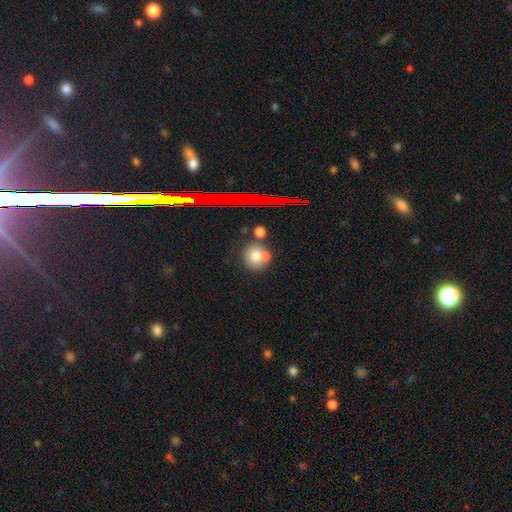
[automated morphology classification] Q: Smooth or featured?
A: smooth (72%); runner-up: featured or disk (15%)
Q: How rounded?
A: round (84%); runner-up: in between (15%)
Q: Merging?
A: none (59%); runner-up: merger (25%)